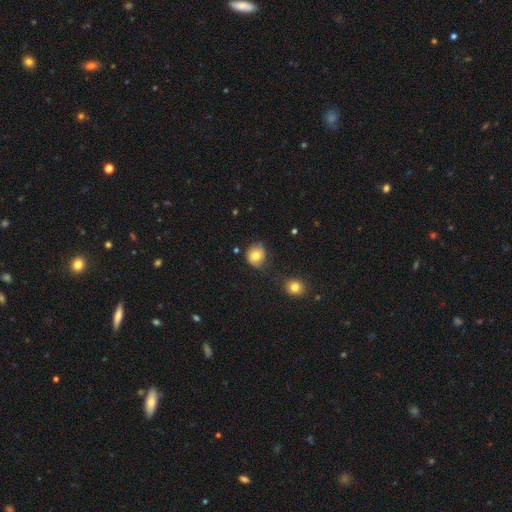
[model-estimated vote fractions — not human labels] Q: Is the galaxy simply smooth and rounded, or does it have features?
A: smooth — 76%.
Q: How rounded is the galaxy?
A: round — 76%.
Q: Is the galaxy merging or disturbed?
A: none — 59%.